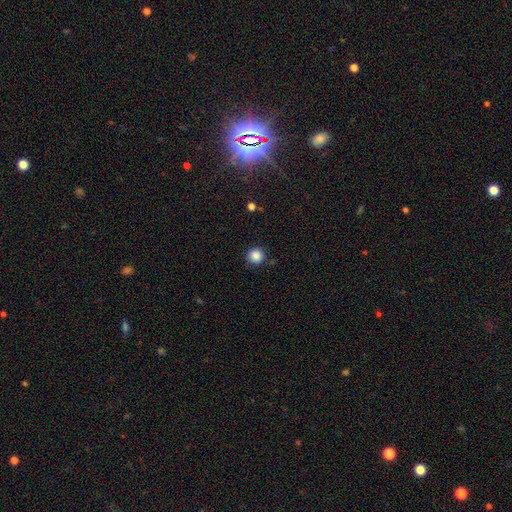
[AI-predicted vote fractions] Smooth or featured: smooth — 86% (star or artifact — 11%)
How rounded: round — 94% (in between — 5%)
Merging: none — 87% (minor disturbance — 9%)